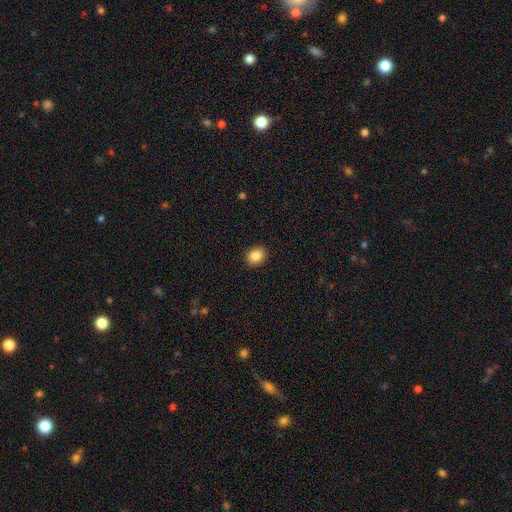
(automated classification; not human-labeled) This appears to be a smooth galaxy with no disk features (86%) that is round (64%). Merging: none (91%).